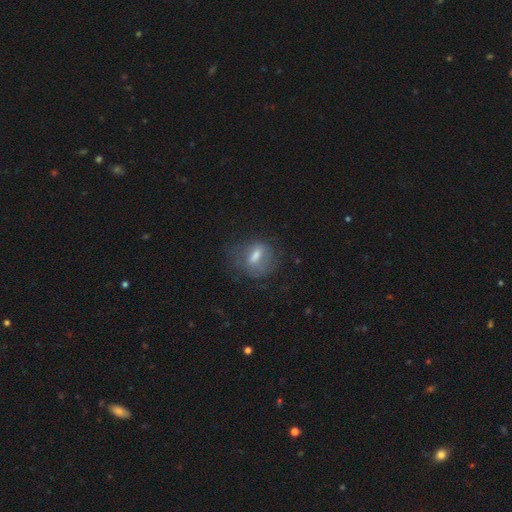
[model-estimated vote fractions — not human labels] Smooth or featured? Predicted: smooth (p=0.49). Merging? Predicted: none (p=0.61).